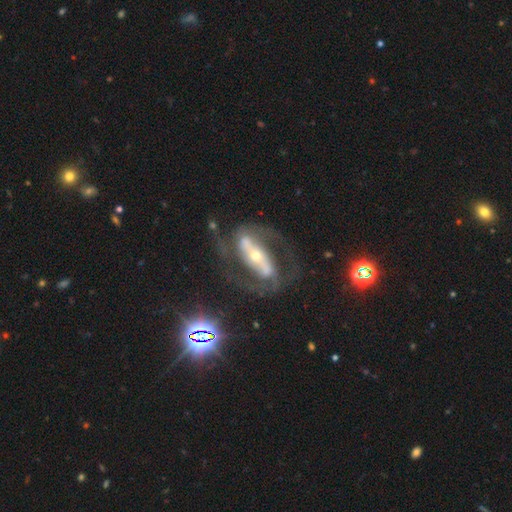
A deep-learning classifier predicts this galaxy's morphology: Overall: featured or disk (85%). Edge-on disk: no (90%). Bar: strong (68%). Spiral arms: yes (88%). Spiral arm count: 2 (88%). Spiral winding: medium (50%; tight 27%). Bulge size: small (59%; moderate 35%). Merging: none (69%).